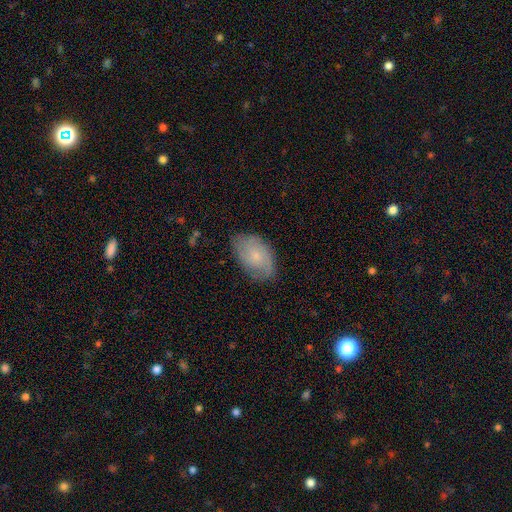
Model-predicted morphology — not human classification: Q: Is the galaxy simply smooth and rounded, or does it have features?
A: featured or disk — 48%.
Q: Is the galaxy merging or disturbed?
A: none — 73%.